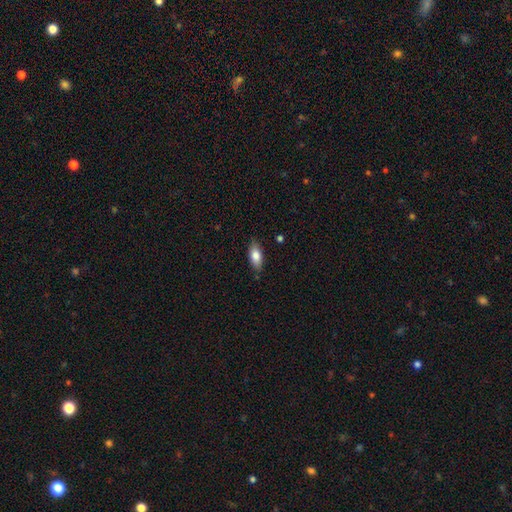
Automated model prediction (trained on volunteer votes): smooth-or-featured: smooth: 80% | featured or disk: 13% | star or artifact: 7%
  how-rounded: in between: 85% | cigar-shaped: 12% | round: 3%
  merging: none: 83% | minor disturbance: 13% | major disturbance: 2% | merger: 2%